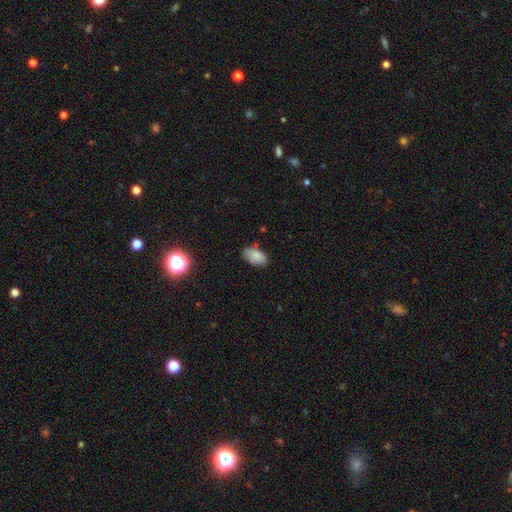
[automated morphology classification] The model was most divided on "merging": none: 76%, minor disturbance: 18%, major disturbance: 3%, merger: 2%. More confident: how rounded — in between (92%); smooth or featured — smooth (85%).